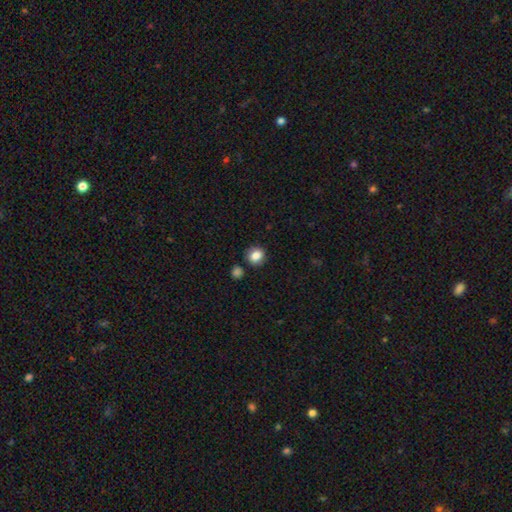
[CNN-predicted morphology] smooth-or-featured: smooth: 84% | star or artifact: 9% | featured or disk: 7%
  how-rounded: round: 73% | in between: 26% | cigar-shaped: 1%
  merging: none: 82% | minor disturbance: 11% | merger: 5% | major disturbance: 3%